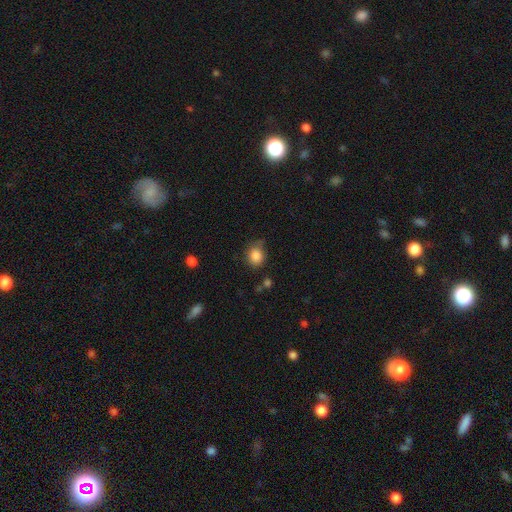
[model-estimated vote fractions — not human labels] Smooth or featured? smooth (85%)
How rounded? round (74%)
Merging? none (67%)